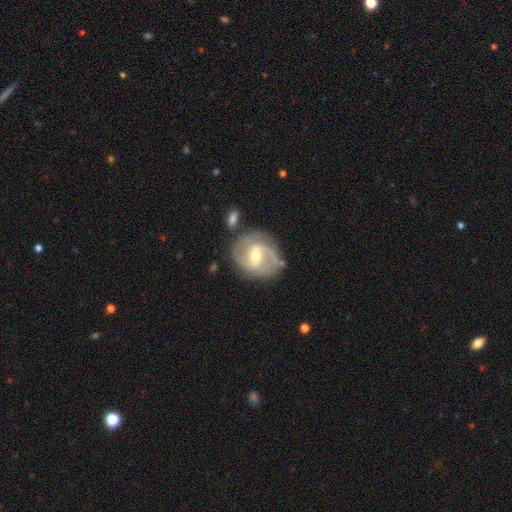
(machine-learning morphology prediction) This is clearly a featured or disk galaxy (84%). It is clearly not viewed edge-on (97%). Bar: possibly weak (55%). Spiral arm pattern: clearly yes (94%). Spiral arm count: likely 2 (69%). Spiral winding: possibly medium (48%). Central bulge: likely moderate (66%). Merging: likely none (71%).